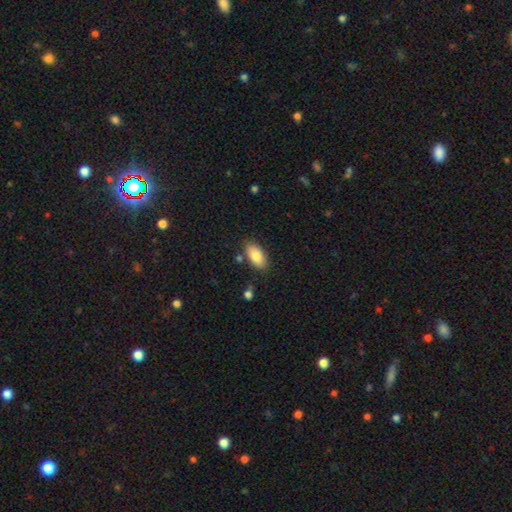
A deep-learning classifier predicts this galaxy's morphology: Smooth or featured: smooth — 84% (featured or disk — 9%)
How rounded: in between — 92% (cigar-shaped — 5%)
Merging: none — 82% (minor disturbance — 12%)